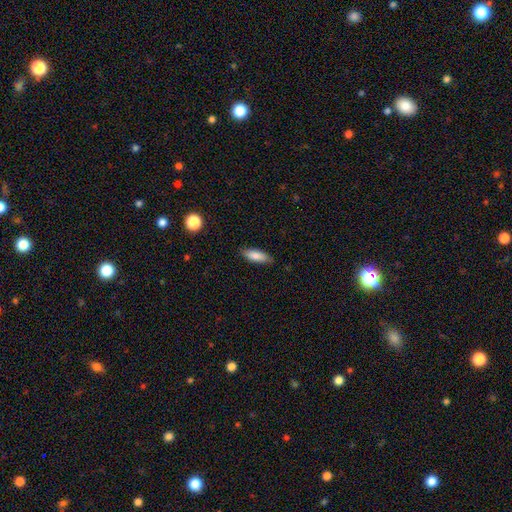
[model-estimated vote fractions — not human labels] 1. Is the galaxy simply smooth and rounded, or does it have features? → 83% smooth, 10% featured or disk, 6% star or artifact.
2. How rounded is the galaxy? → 64% in between, 34% cigar-shaped, 2% round.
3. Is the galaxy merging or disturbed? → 84% none, 13% minor disturbance, 2% major disturbance, 1% merger.